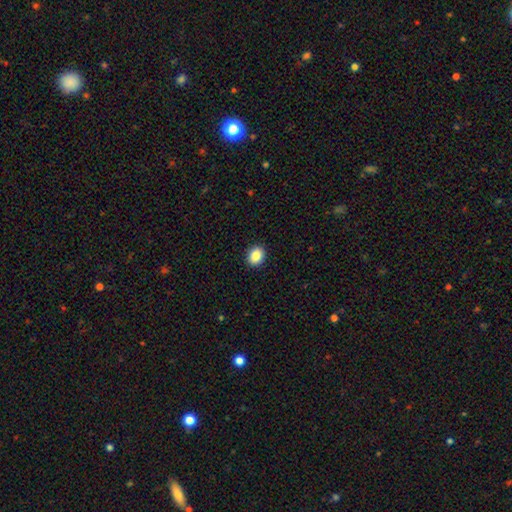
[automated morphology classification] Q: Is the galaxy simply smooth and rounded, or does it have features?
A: smooth — 87%.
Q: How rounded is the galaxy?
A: round — 58%.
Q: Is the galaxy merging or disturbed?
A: none — 92%.